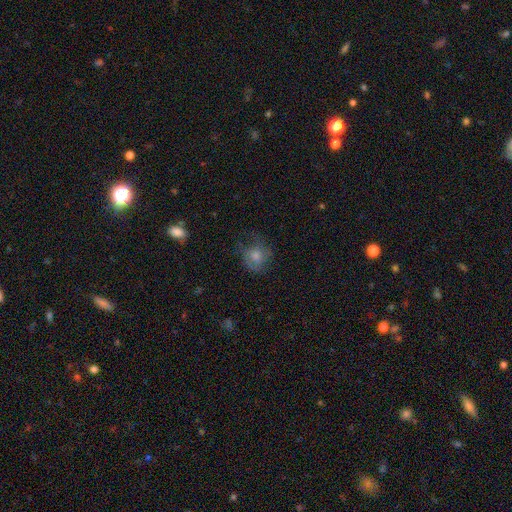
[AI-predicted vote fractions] A smooth galaxy with no disk features (48%). Merging: none (64%).